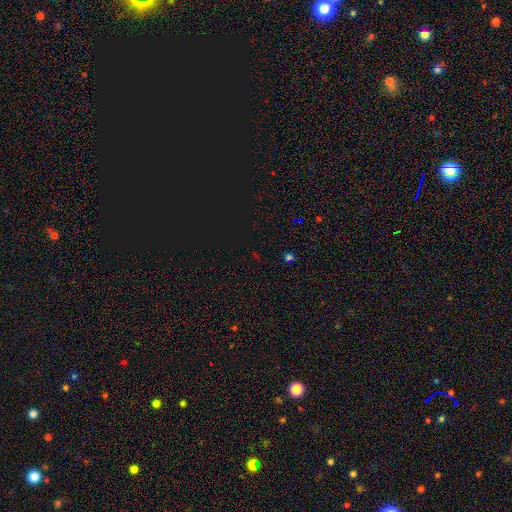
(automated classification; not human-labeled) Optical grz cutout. It shows a star or artifact, not a galaxy (69%).